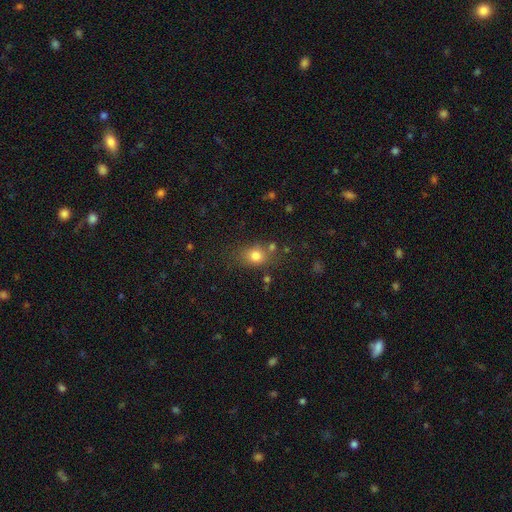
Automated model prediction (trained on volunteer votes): Q: Smooth or featured?
A: smooth (78%); runner-up: star or artifact (13%)
Q: How rounded?
A: round (52%); runner-up: in between (47%)
Q: Merging?
A: none (68%); runner-up: minor disturbance (16%)